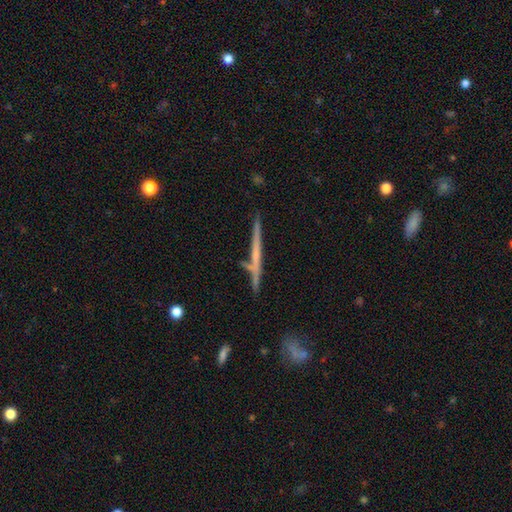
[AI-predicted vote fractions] A featured or disk galaxy (62%) viewed edge-on (96%) with no central bulge (72%).

Vote fractions:
- Smooth or featured? featured or disk: 62% / smooth: 30% / star or artifact: 7%
- Edge-on disk? yes: 96% / no: 4%
- Edge-on bulge? none: 72% / rounded: 21% / boxy: 7%
- Merging? none: 76% / minor disturbance: 13% / merger: 7% / major disturbance: 3%